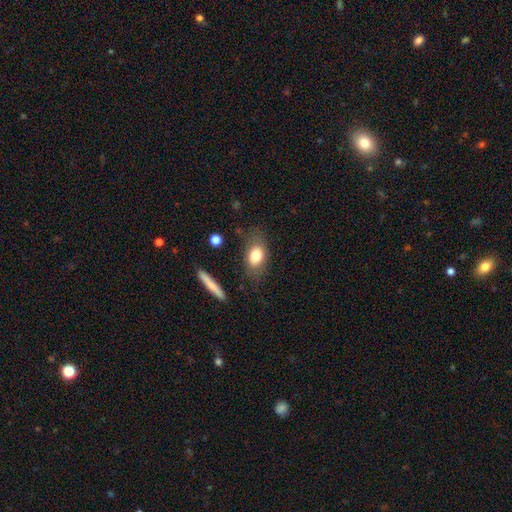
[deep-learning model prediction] Smooth or featured? Predicted: smooth (p=0.77). How rounded? Predicted: in between (p=0.80). Merging? Predicted: none (p=0.70).